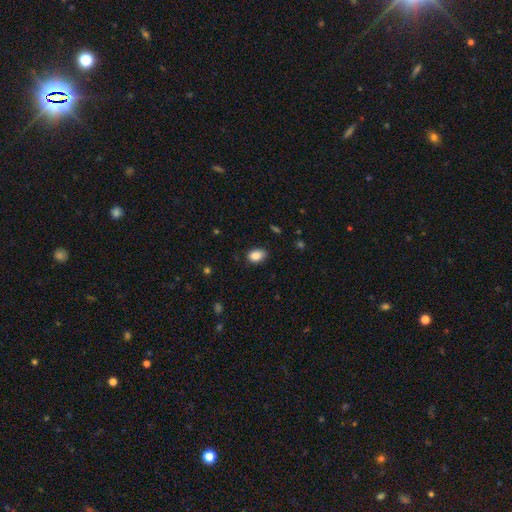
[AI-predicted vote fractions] Overall: smooth (87%). How rounded: in between (80%). Merging: none (78%).